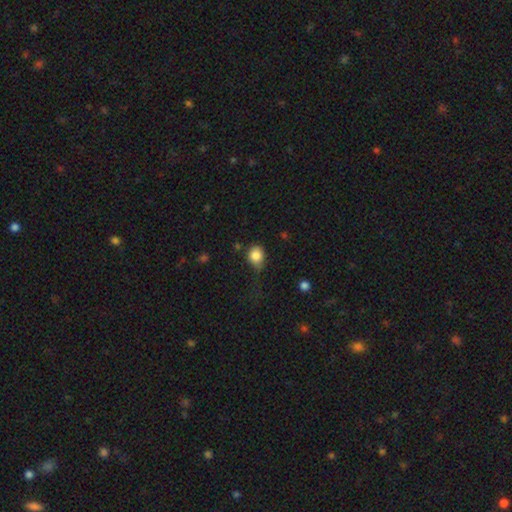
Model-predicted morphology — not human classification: smooth 84%, star or artifact 10%, featured or disk 6%. Down the decision tree: how rounded — round (74%); merging — none (47%).